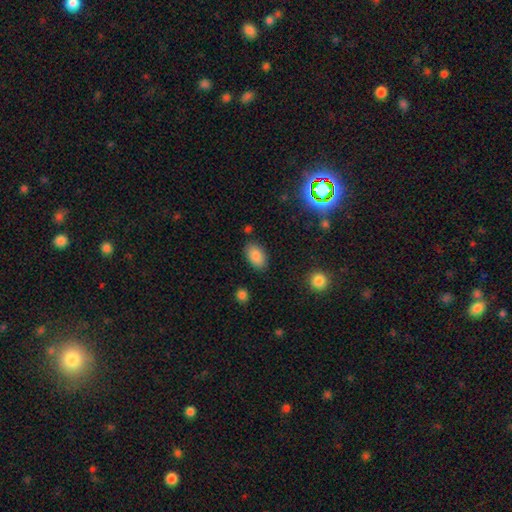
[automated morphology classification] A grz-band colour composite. It shows a smooth galaxy with no disk features (86%) that is in between round and cigar-shaped (93%). Merging: none (84%).